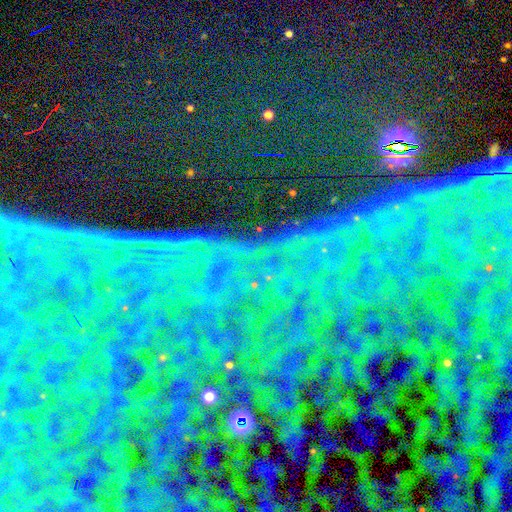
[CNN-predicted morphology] star or artifact 86%, featured or disk 7%, smooth 7%.